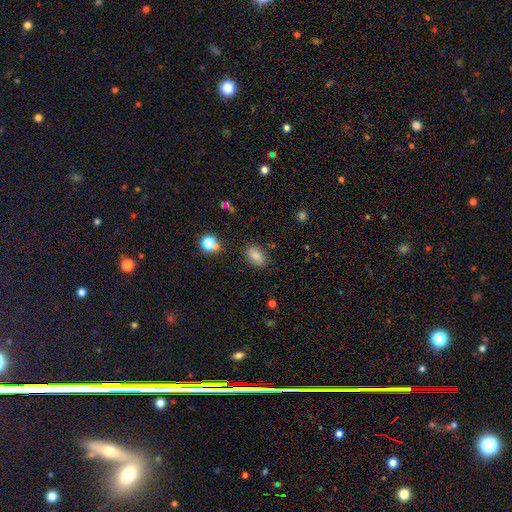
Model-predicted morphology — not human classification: Overall: smooth (78%). How rounded: in between (85%). Merging: none (80%).